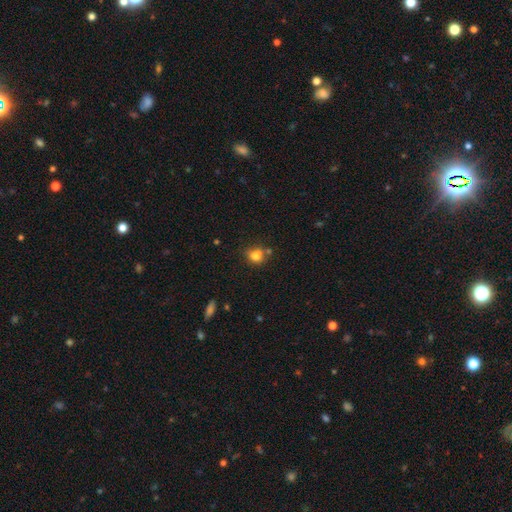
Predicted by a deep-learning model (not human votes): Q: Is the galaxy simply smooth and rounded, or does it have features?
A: smooth — 80%.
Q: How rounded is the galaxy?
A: round — 76%.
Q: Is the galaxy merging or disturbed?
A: none — 65%.